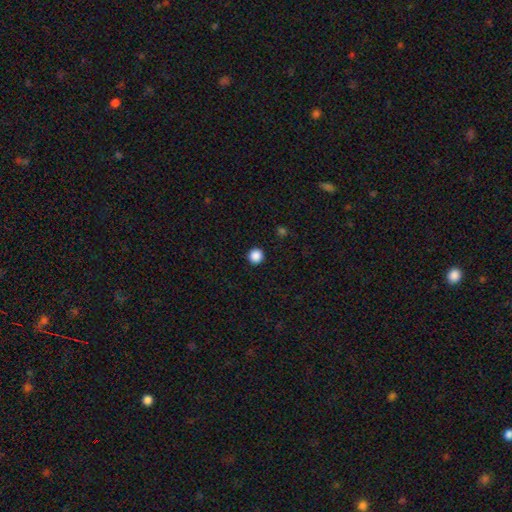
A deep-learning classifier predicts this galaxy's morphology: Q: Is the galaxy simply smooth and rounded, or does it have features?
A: smooth — 88%.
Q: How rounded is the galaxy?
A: round — 96%.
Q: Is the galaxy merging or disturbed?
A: none — 93%.